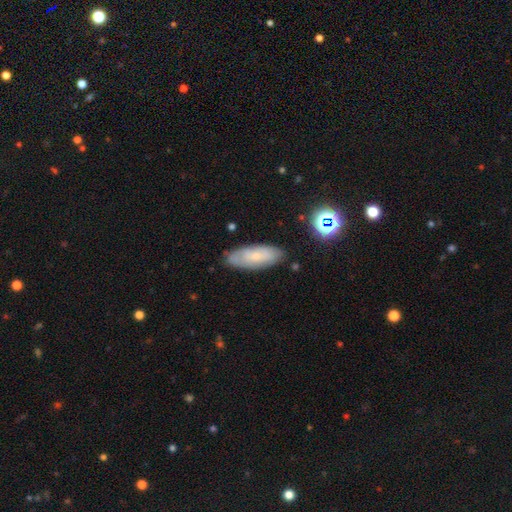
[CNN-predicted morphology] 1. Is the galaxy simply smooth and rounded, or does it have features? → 58% smooth, 32% featured or disk, 10% star or artifact.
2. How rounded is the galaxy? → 68% in between, 30% cigar-shaped, 2% round.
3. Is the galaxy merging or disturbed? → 78% none, 16% minor disturbance, 4% major disturbance, 2% merger.